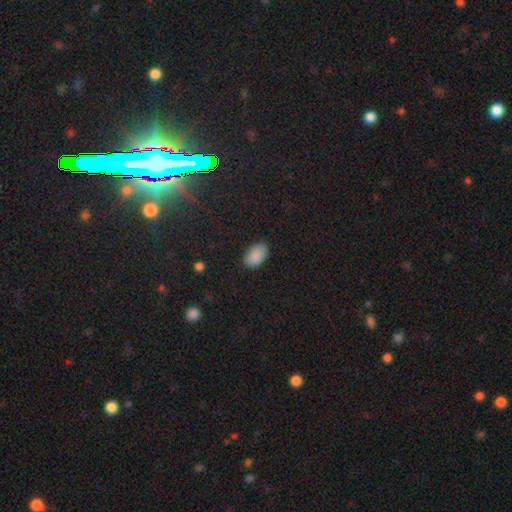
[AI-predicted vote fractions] This is clearly a smooth galaxy (89%). How rounded: clearly in between (93%). Merging: clearly none (85%).